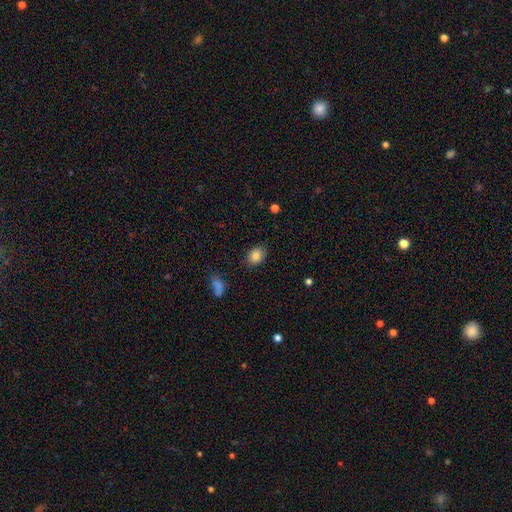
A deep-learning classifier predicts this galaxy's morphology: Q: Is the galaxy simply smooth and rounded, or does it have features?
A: smooth — 85%.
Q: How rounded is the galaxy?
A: in between — 60%.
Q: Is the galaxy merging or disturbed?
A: none — 83%.